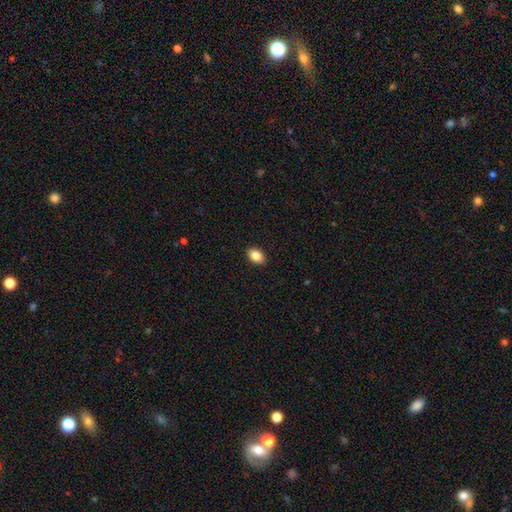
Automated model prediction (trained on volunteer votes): The model was most divided on "how rounded": in between: 86%, round: 13%, cigar-shaped: 1%. More confident: merging — none (91%); smooth or featured — smooth (87%).